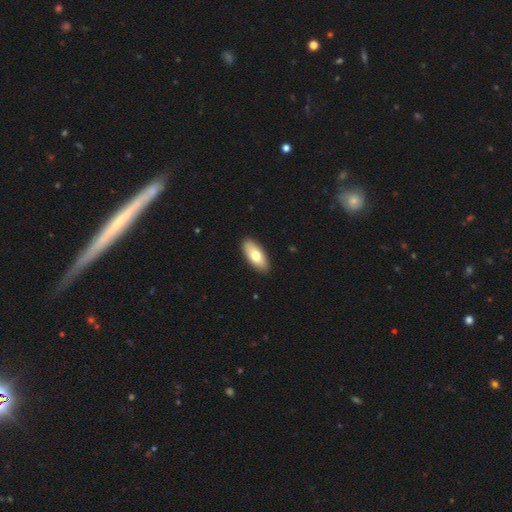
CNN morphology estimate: Smooth or featured? smooth (73%)
How rounded? in between (88%)
Merging? none (90%)